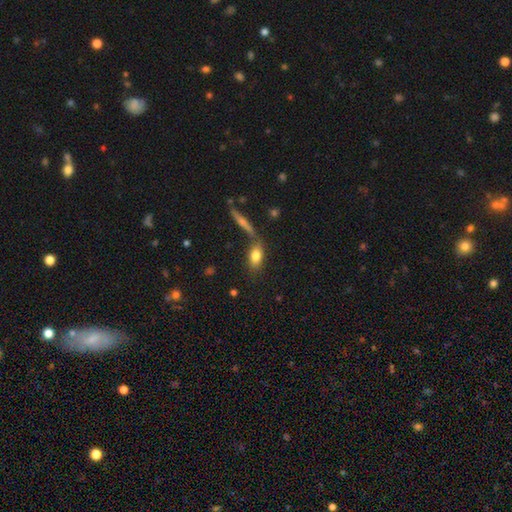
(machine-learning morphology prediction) Smooth or featured: smooth — 77% (featured or disk — 15%)
How rounded: in between — 82% (cigar-shaped — 11%)
Merging: none — 64% (merger — 18%)